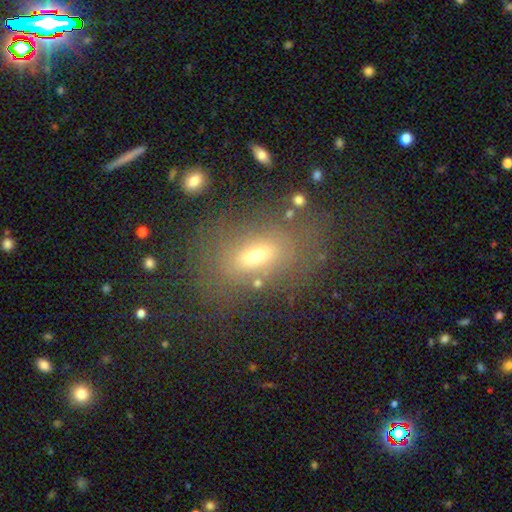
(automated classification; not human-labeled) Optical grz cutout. It shows a smooth galaxy with no disk features (57%) that is in between round and cigar-shaped (80%). Merging: none (72%).